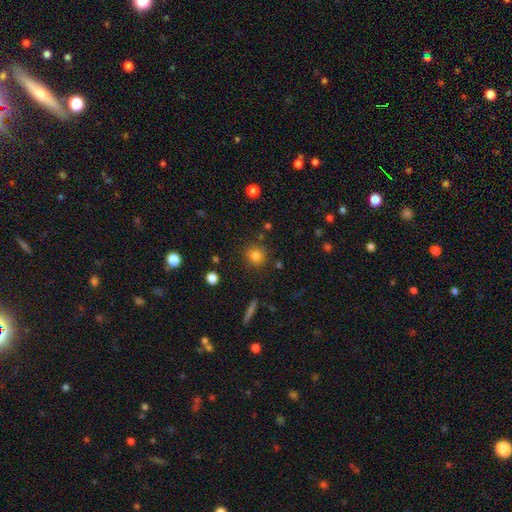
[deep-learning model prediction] A smooth galaxy with no disk features (81%) that is round (90%).

Vote fractions:
- Smooth or featured? smooth: 81% / star or artifact: 12% / featured or disk: 7%
- How rounded? round: 90% / in between: 9% / cigar-shaped: 1%
- Merging? none: 84% / minor disturbance: 10% / merger: 3% / major disturbance: 3%